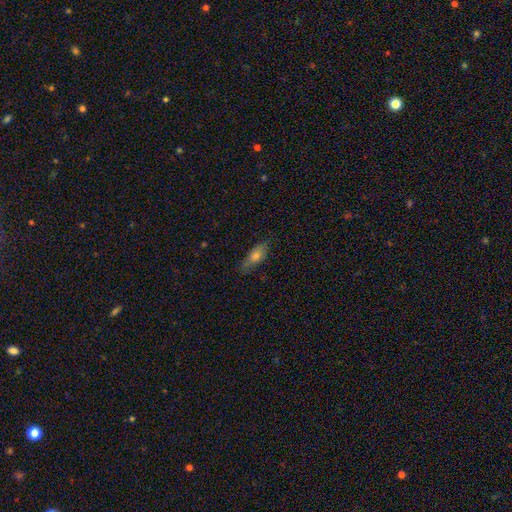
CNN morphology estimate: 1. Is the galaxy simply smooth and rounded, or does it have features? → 64% smooth, 26% featured or disk, 9% star or artifact.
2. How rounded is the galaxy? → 56% in between, 40% cigar-shaped, 3% round.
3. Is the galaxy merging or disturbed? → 80% none, 16% minor disturbance, 3% major disturbance, 1% merger.